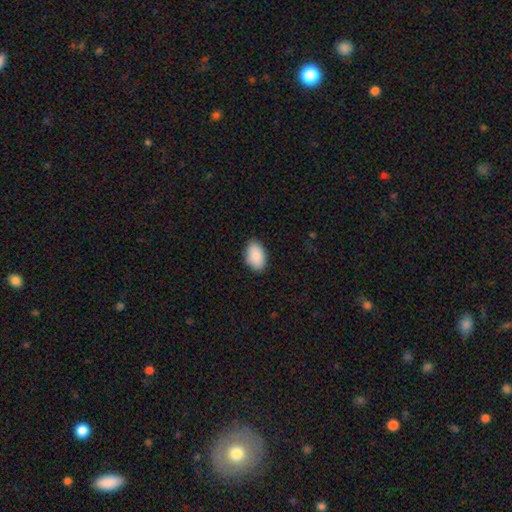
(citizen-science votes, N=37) Volunteers were most divided on "merging": none: 86%, minor disturbance: 8%, major disturbance: 3%, merger: 3%. More confident: smooth or featured — smooth (95%); how rounded — in between (89%).